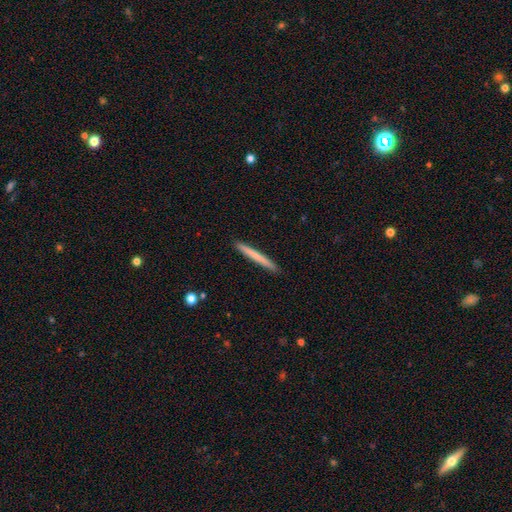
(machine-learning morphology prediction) This is likely a smooth galaxy (67%). How rounded: clearly cigar-shaped (97%). Merging: clearly none (93%).